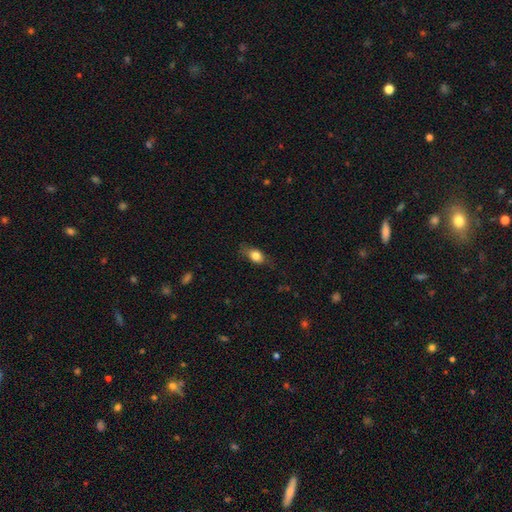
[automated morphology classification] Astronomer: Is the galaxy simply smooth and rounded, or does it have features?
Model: smooth — 78%.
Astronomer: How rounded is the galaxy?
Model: in between — 74%.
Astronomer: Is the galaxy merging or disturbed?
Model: none — 67%.